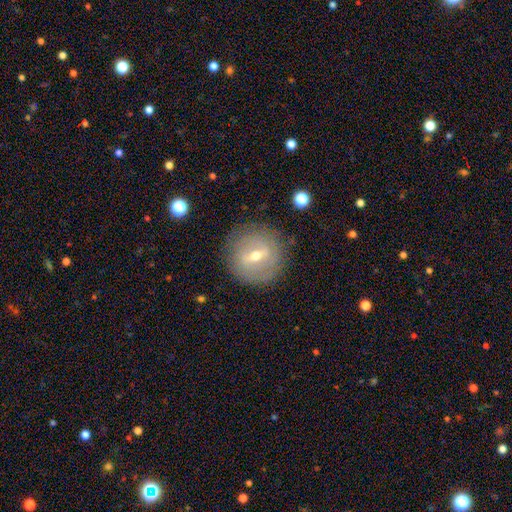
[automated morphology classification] Overall: featured or disk (66%; smooth 26%). Edge-on disk: no (90%). Bar: weak (48%; strong 38%). Spiral arms: no (57%; yes 43%). Bulge size: moderate (57%; small 40%). Merging: none (83%).